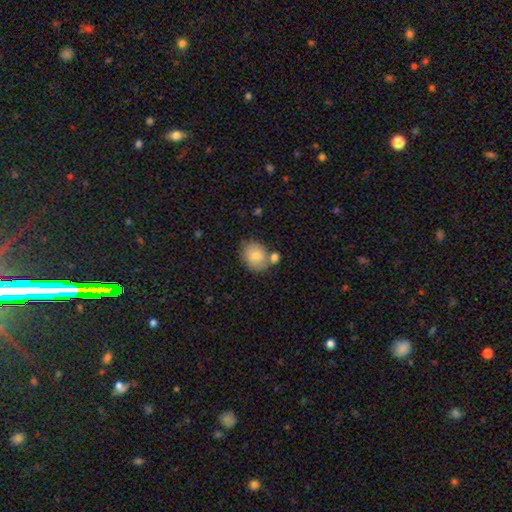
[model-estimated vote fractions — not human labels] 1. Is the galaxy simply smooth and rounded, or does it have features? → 78% smooth, 15% featured or disk, 7% star or artifact.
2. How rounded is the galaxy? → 53% round, 46% in between, 1% cigar-shaped.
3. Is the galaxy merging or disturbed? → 54% none, 25% merger, 16% minor disturbance, 5% major disturbance.